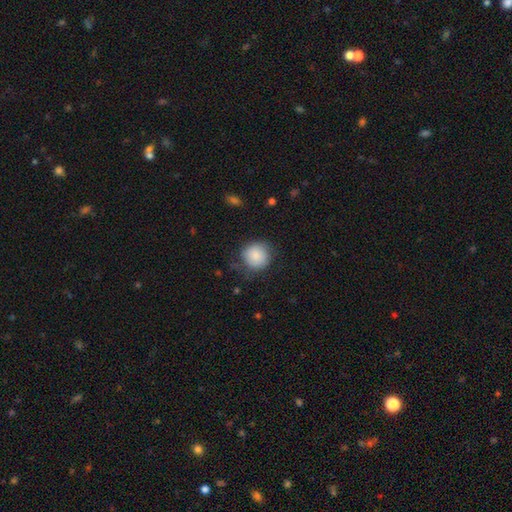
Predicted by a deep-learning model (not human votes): Smooth or featured: smooth — 85% (featured or disk — 8%)
How rounded: round — 91% (in between — 8%)
Merging: none — 73% (minor disturbance — 19%)